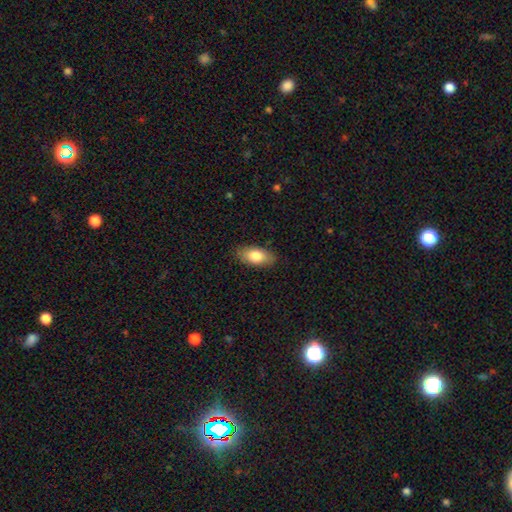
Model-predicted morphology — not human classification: Q: Smooth or featured?
A: smooth (80%); runner-up: featured or disk (13%)
Q: How rounded?
A: in between (90%); runner-up: cigar-shaped (7%)
Q: Merging?
A: none (86%); runner-up: minor disturbance (11%)